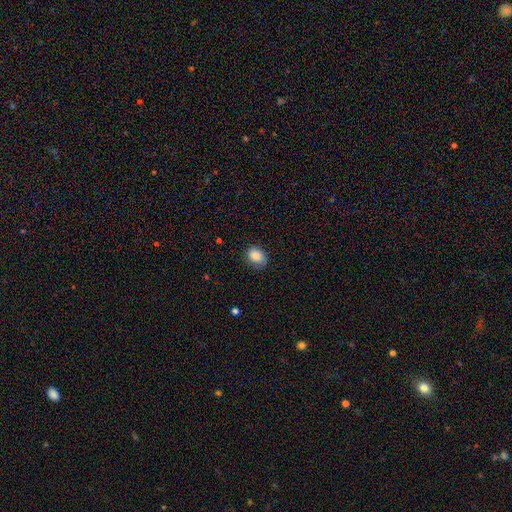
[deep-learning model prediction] This is clearly a smooth galaxy (85%). How rounded: likely in between (64%). Merging: likely none (75%).